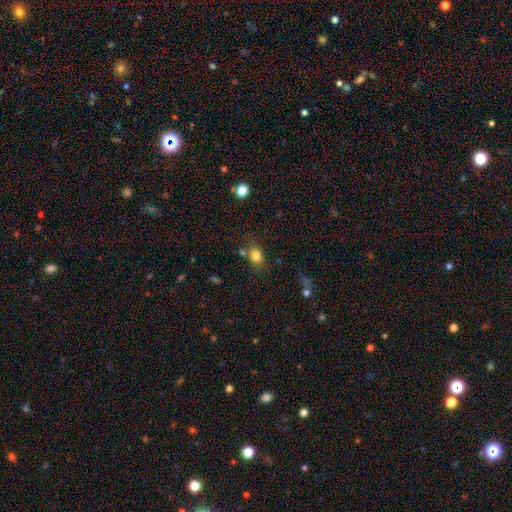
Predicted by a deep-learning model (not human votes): The model was most divided on "how rounded": in between: 60%, round: 38%, cigar-shaped: 1%. More confident: smooth or featured — smooth (82%); merging — none (68%).